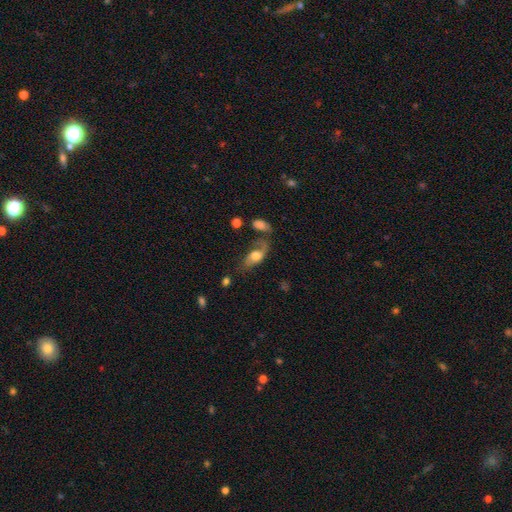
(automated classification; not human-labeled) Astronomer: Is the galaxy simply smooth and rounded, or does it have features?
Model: featured or disk — 47% (runner-up: smooth, 45%).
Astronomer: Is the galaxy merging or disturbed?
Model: none — 39% (runner-up: major disturbance, 25%).